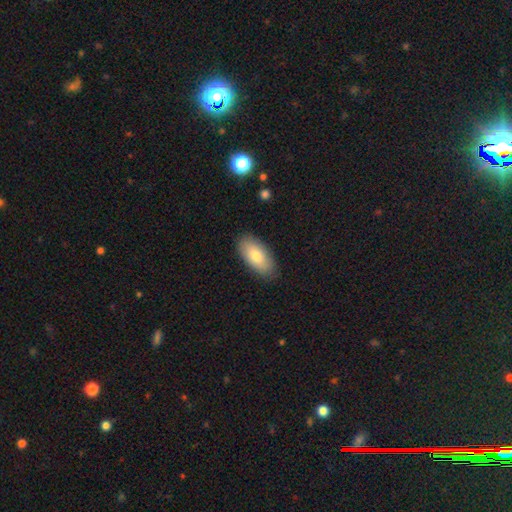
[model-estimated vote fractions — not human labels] smooth_or_featured: smooth (p=0.79) [alt: featured or disk p=0.15]
how_rounded: in between (p=0.91) [alt: cigar-shaped p=0.06]
merging: none (p=0.86) [alt: minor disturbance p=0.10]